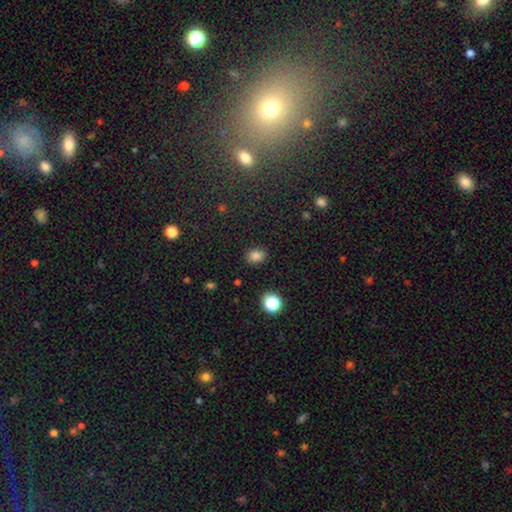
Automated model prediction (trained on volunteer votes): smooth-or-featured: smooth: 82% | star or artifact: 13% | featured or disk: 5%
  how-rounded: in between: 50% | round: 49% | cigar-shaped: 1%
  merging: none: 87% | minor disturbance: 9% | major disturbance: 3% | merger: 2%